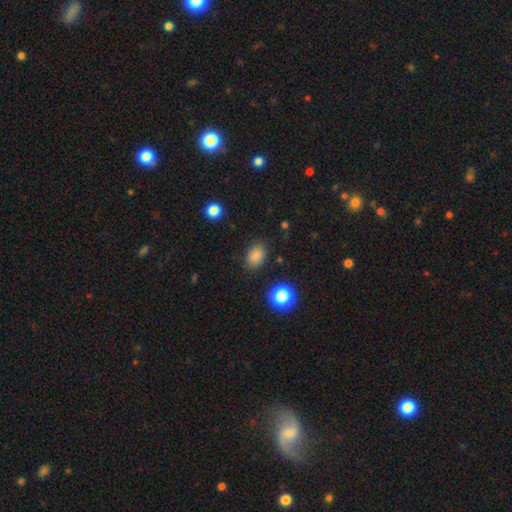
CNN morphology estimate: The model was most divided on "how rounded": in between: 76%, round: 23%, cigar-shaped: 1%. More confident: smooth or featured — smooth (85%); merging — none (84%).